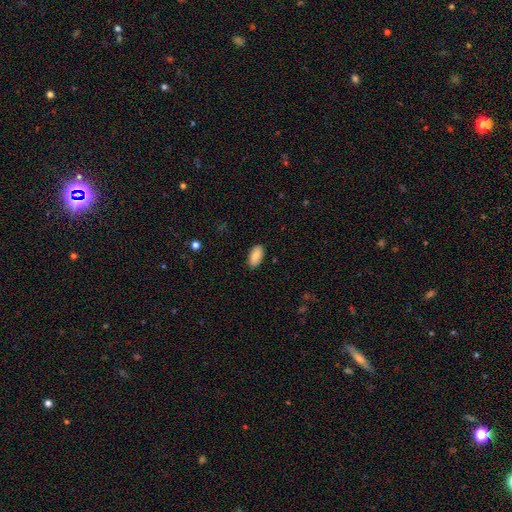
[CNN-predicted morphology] Overall: smooth (85%). How rounded: in between (94%). Merging: none (88%).